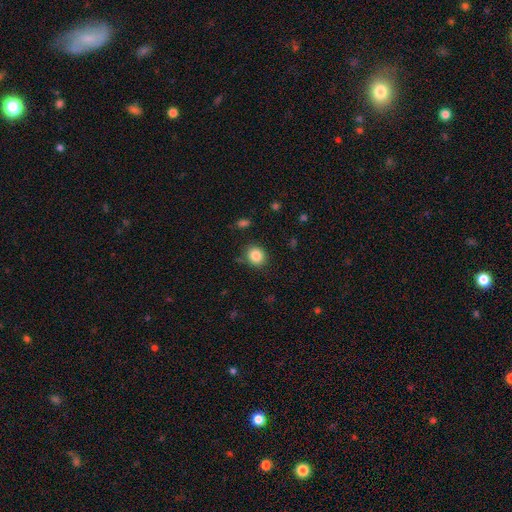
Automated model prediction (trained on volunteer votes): This appears to be a smooth galaxy with no disk features (85%) that is round (80%). Merging: none (85%).